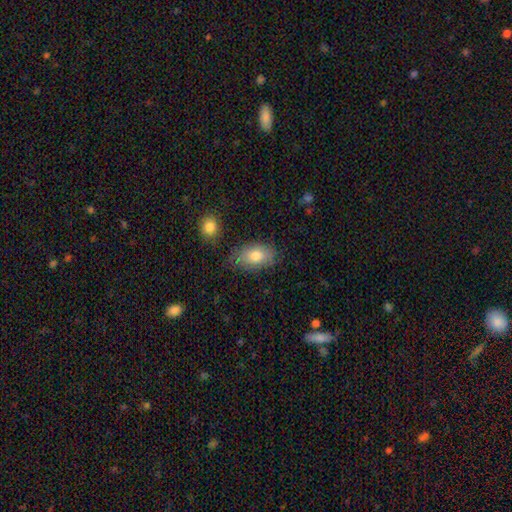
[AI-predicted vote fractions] The model was most divided on "merging": none: 70%, minor disturbance: 22%, major disturbance: 5%, merger: 3%. More confident: how rounded — in between (90%); smooth or featured — smooth (78%).